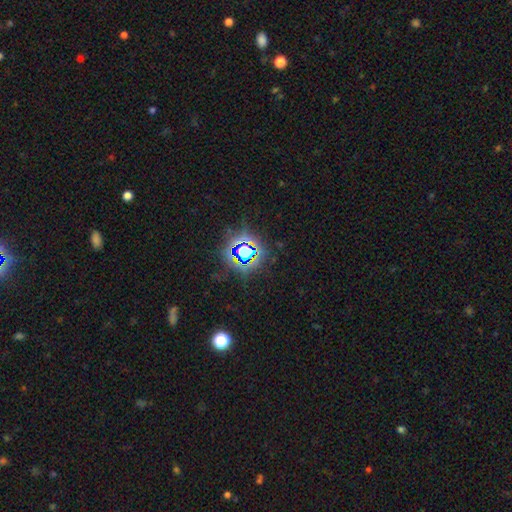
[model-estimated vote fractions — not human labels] A star or artifact, not a galaxy (79%).